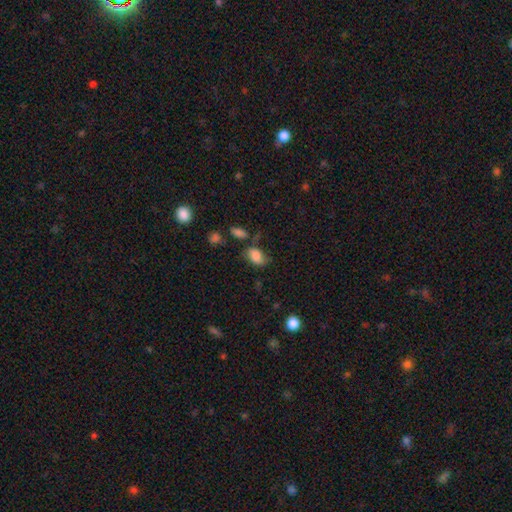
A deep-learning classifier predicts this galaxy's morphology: This is likely a smooth galaxy (77%). How rounded: clearly in between (85%). Merging: possibly none (50%).